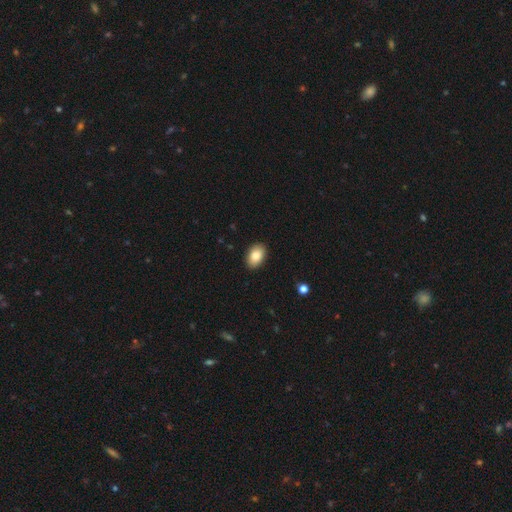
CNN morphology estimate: A smooth galaxy with no disk features (84%) that is in between round and cigar-shaped (89%).

Vote fractions:
- Smooth or featured? smooth: 84% / featured or disk: 8% / star or artifact: 7%
- How rounded? in between: 89% / round: 9% / cigar-shaped: 1%
- Merging? none: 90% / minor disturbance: 7% / major disturbance: 2% / merger: 1%